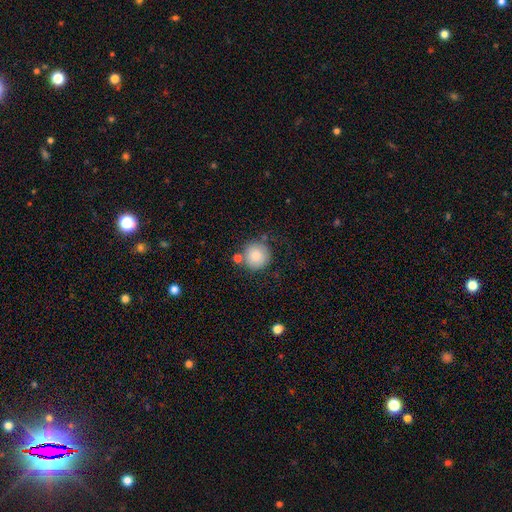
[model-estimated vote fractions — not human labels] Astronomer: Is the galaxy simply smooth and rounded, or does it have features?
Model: smooth — 85%.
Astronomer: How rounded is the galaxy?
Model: round — 94%.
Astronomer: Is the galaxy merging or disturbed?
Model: none — 72%.